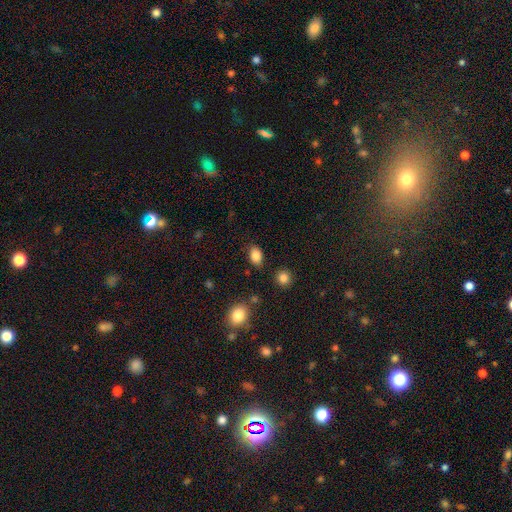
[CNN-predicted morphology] Smooth or featured: smooth — 86% (star or artifact — 9%)
How rounded: in between — 84% (round — 15%)
Merging: none — 82% (minor disturbance — 12%)